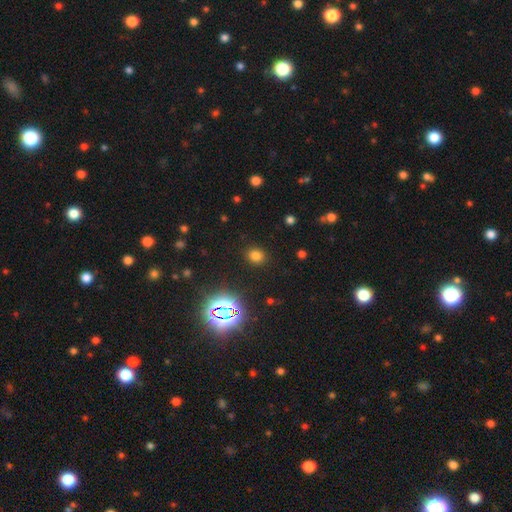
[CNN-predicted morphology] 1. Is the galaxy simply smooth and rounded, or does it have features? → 72% smooth, 22% star or artifact, 6% featured or disk.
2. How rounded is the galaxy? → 71% round, 28% in between, 1% cigar-shaped.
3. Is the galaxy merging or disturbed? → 89% none, 7% minor disturbance, 3% major disturbance, 1% merger.